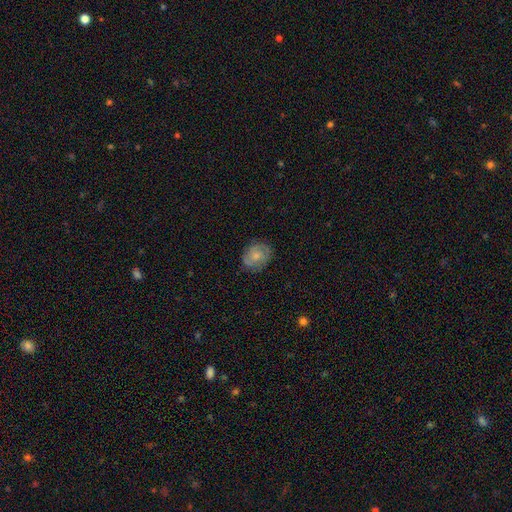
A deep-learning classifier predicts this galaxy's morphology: featured or disk 54%, smooth 39%, star or artifact 7%. Down the decision tree: edge-on disk — no (97%); bar — no (73%); spiral arms — yes (84%); bulge size — small (46%); merging — none (78%).